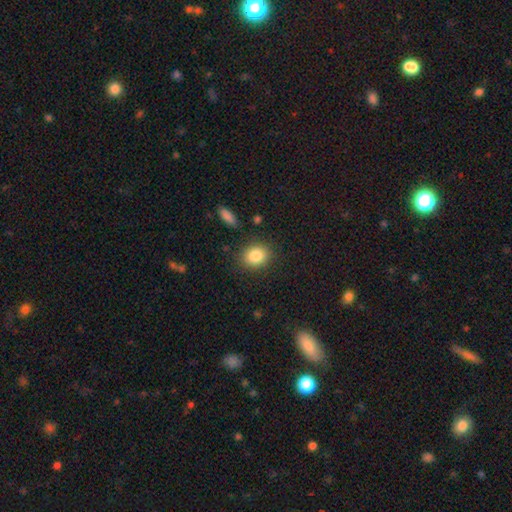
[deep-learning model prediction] This appears to be a smooth galaxy with no disk features (85%) that is round (51%). Merging: none (84%).